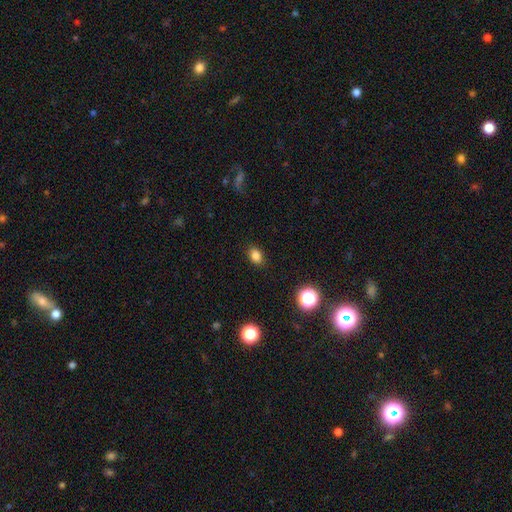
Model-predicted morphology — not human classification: The model was most divided on "how rounded": in between: 72%, round: 27%, cigar-shaped: 1%. More confident: merging — none (87%); smooth or featured — smooth (82%).